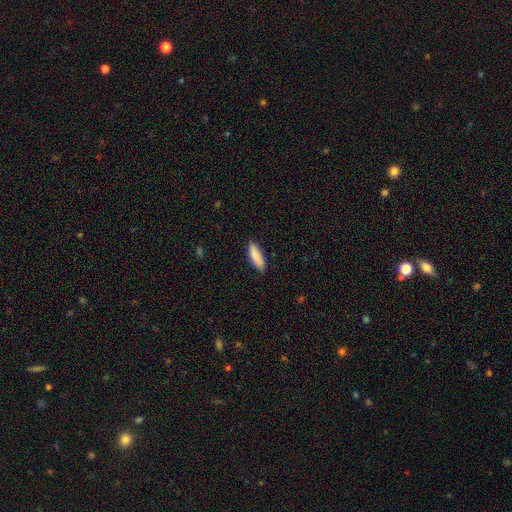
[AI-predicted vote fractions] Q: Smooth or featured?
A: smooth (88%); runner-up: featured or disk (6%)
Q: How rounded?
A: cigar-shaped (49%); tied with: in between (49%)
Q: Merging?
A: none (86%); runner-up: minor disturbance (11%)